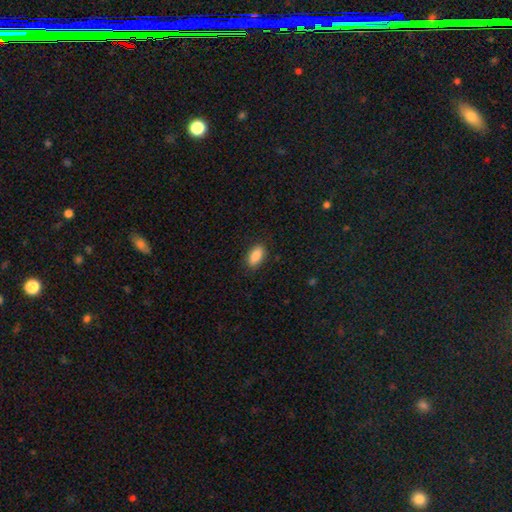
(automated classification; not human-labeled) A smooth galaxy with no disk features (88%) that is in between round and cigar-shaped (91%).

Vote fractions:
- Smooth or featured? smooth: 88% / star or artifact: 7% / featured or disk: 5%
- How rounded? in between: 91% / cigar-shaped: 5% / round: 4%
- Merging? none: 87% / minor disturbance: 9% / major disturbance: 2% / merger: 1%